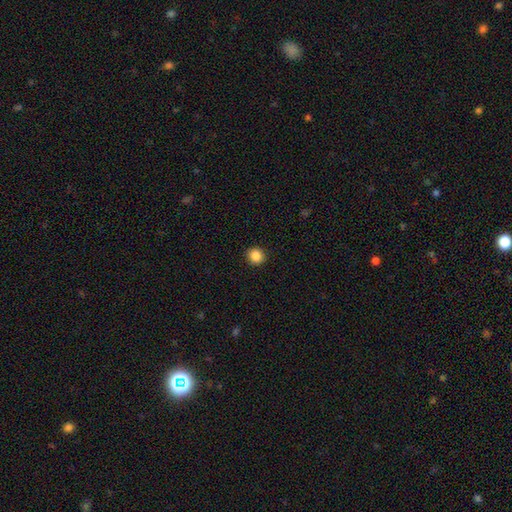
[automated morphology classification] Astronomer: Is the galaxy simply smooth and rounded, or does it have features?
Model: smooth — 86%.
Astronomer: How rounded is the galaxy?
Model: round — 90%.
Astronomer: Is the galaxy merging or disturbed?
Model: none — 92%.